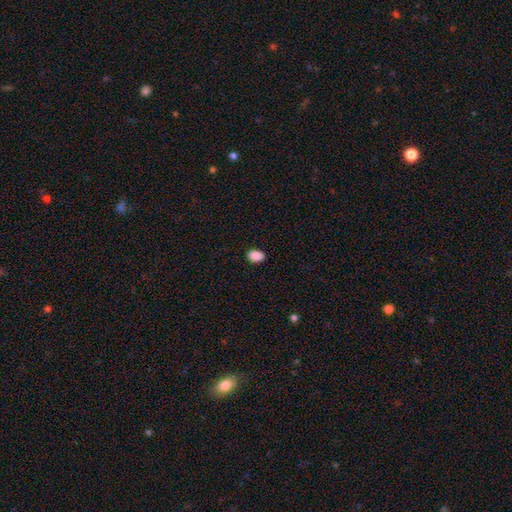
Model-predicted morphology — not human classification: This appears to be a smooth galaxy with no disk features (90%) that is in between round and cigar-shaped (83%). Merging: none (89%).